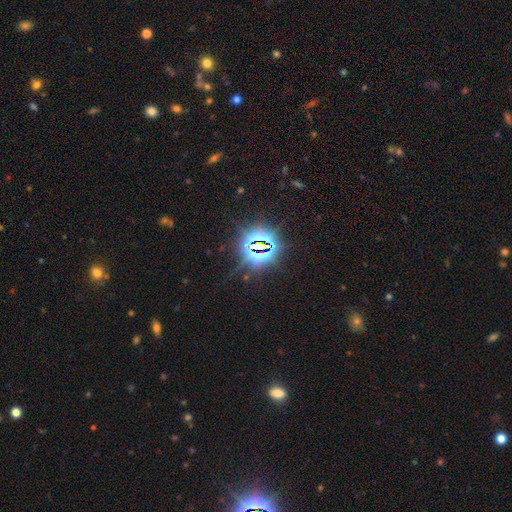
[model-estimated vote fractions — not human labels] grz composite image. It shows a star or artifact, not a galaxy (83%).